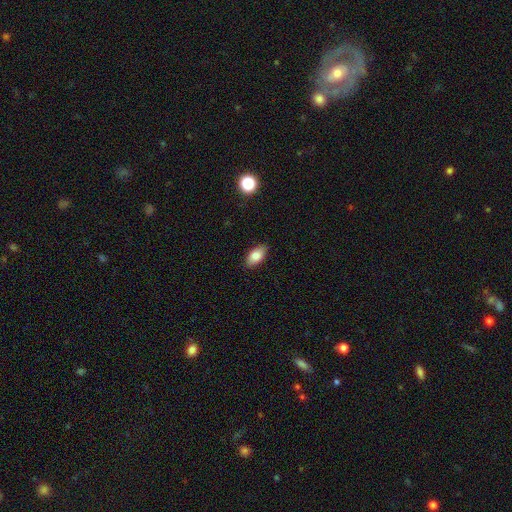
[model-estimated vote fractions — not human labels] The model was most divided on "smooth or featured": smooth: 82%, featured or disk: 10%, star or artifact: 8%. More confident: how rounded — in between (90%); merging — none (86%).